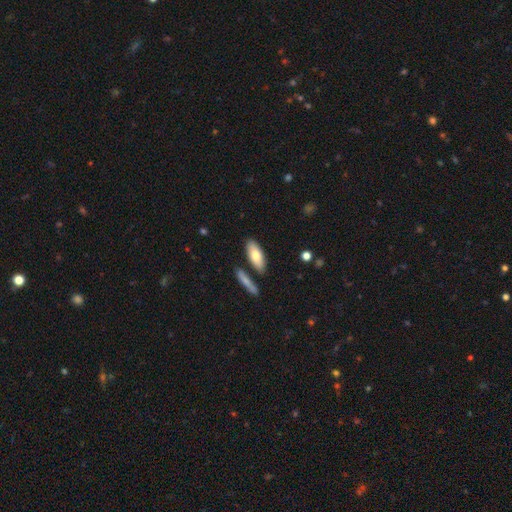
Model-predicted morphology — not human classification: type=smooth (76%); roundness=in between (76%); merging=none (77%).